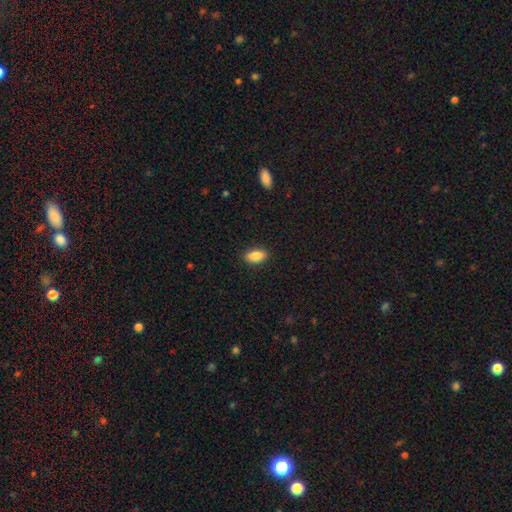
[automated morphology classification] type=smooth (88%); roundness=in between (90%); merging=none (89%).